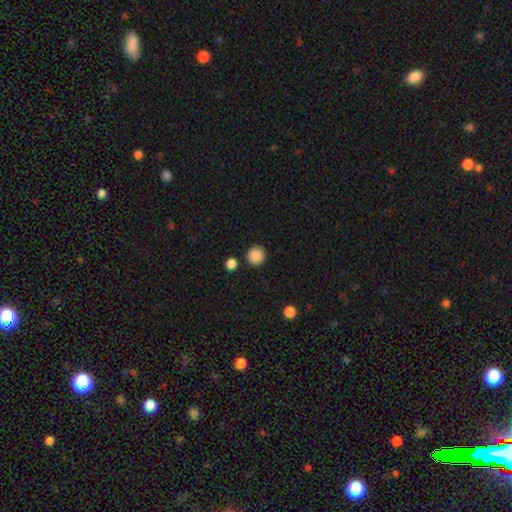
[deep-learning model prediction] Smooth or featured: smooth — 88% (star or artifact — 10%)
How rounded: round — 94% (in between — 5%)
Merging: none — 88% (minor disturbance — 6%)